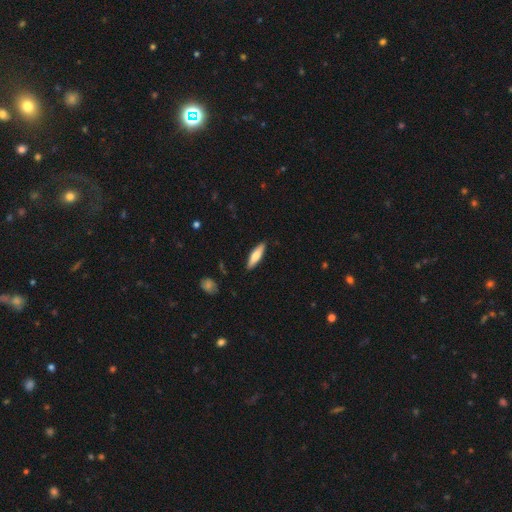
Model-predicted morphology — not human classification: Smooth or featured? Predicted: smooth (p=0.70). How rounded? Predicted: cigar-shaped (p=0.68). Merging? Predicted: none (p=0.89).